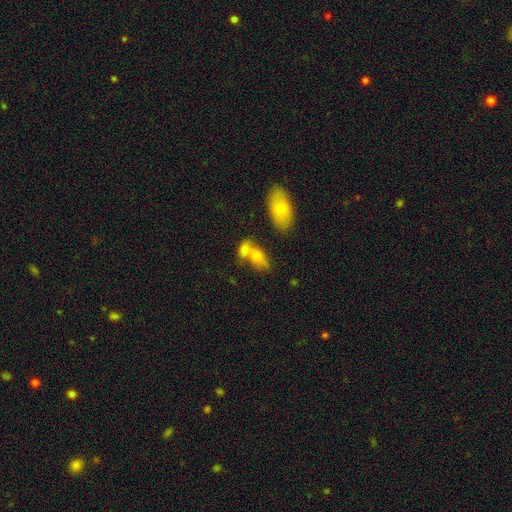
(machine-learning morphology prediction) Smooth or featured? smooth (76%)
How rounded? in between (85%)
Merging? merger (50%)